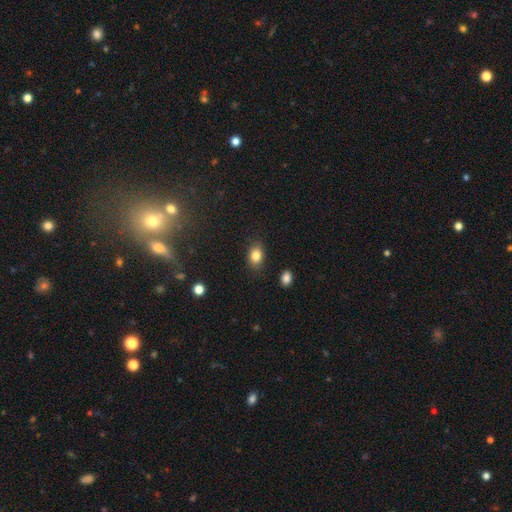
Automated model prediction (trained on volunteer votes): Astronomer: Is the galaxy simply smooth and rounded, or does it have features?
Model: smooth — 83%.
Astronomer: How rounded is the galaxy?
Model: in between — 72%.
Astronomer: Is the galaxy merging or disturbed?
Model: none — 84%.